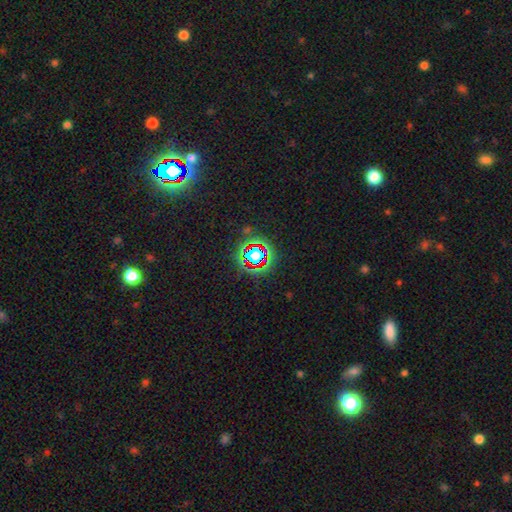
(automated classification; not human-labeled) Overall: star or artifact (71%).